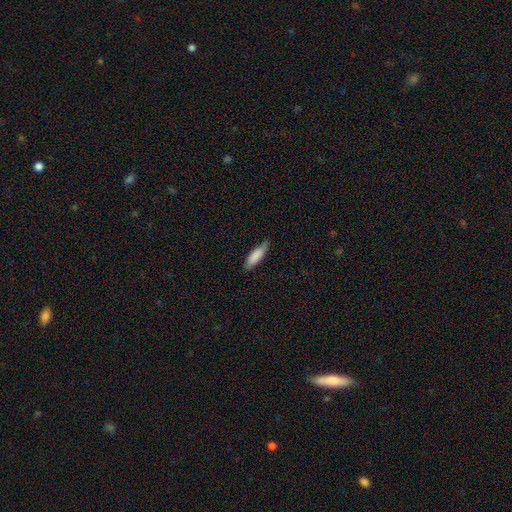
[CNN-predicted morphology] smooth-or-featured: smooth: 83% | featured or disk: 11% | star or artifact: 6%
  how-rounded: cigar-shaped: 58% | in between: 41% | round: 1%
  merging: none: 74% | minor disturbance: 21% | major disturbance: 3% | merger: 1%